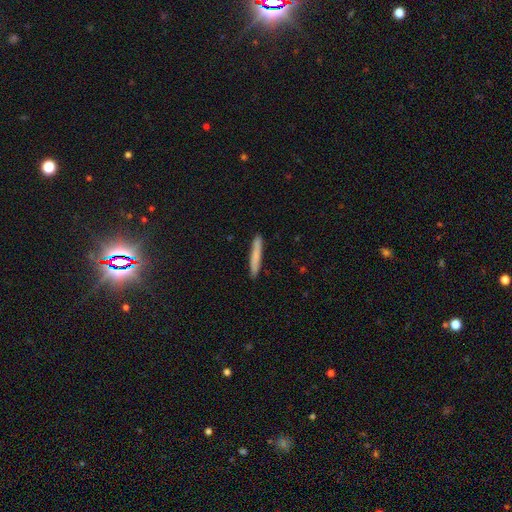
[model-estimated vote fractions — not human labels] smooth-or-featured: smooth: 77% | featured or disk: 17% | star or artifact: 6%
  how-rounded: cigar-shaped: 96% | in between: 3% | round: 1%
  merging: none: 90% | minor disturbance: 7% | major disturbance: 1% | merger: 1%